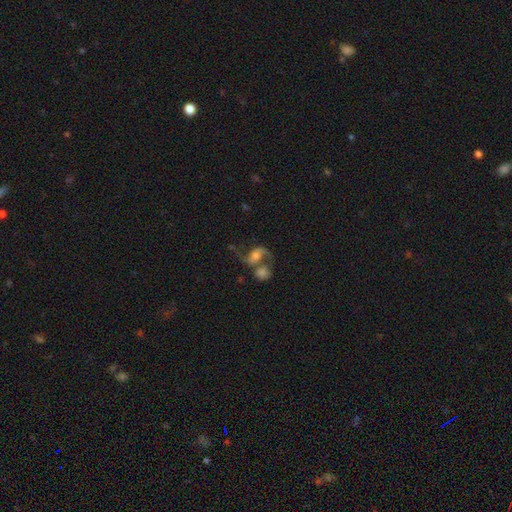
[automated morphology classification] This is likely a featured or disk galaxy (78%). It is clearly not viewed edge-on (97%). Bar: possibly no (51%). Spiral arm pattern: clearly yes (94%). Spiral arm count: clearly 2 (89%). Spiral winding: likely loose (65%). Central bulge: possibly moderate (53%). Merging: marginally none (41%).